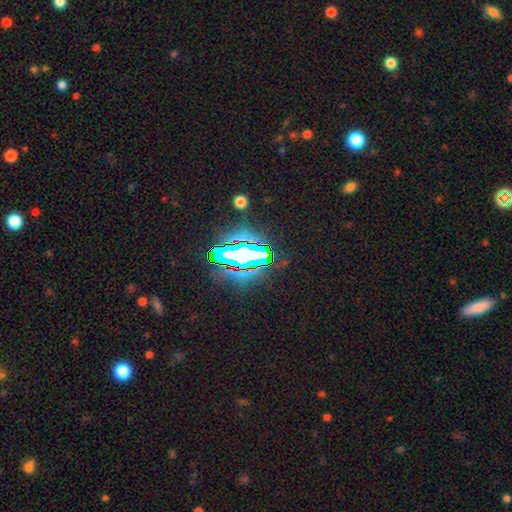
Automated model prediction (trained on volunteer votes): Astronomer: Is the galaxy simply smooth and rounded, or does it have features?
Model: star or artifact — 72%.